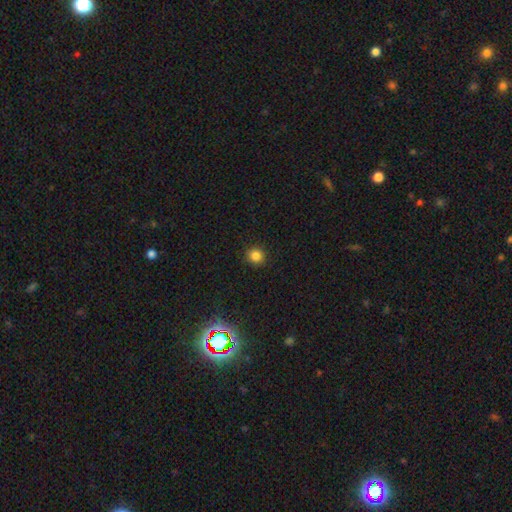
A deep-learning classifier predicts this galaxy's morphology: smooth 83%, star or artifact 12%, featured or disk 4%. Down the decision tree: how rounded — round (89%); merging — none (91%).